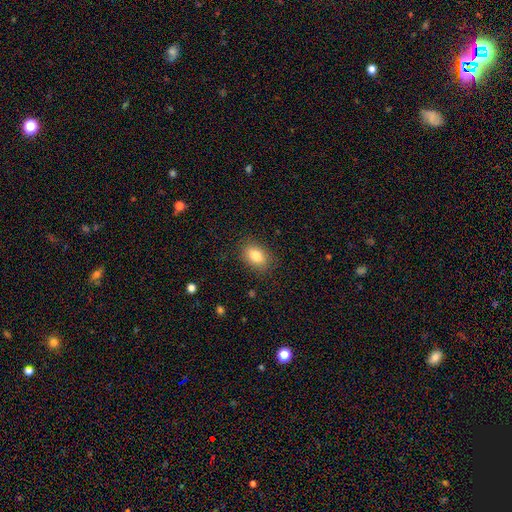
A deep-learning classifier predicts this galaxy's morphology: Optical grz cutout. It shows a smooth galaxy with no disk features (82%) that is in between round and cigar-shaped (84%). Merging: none (85%).